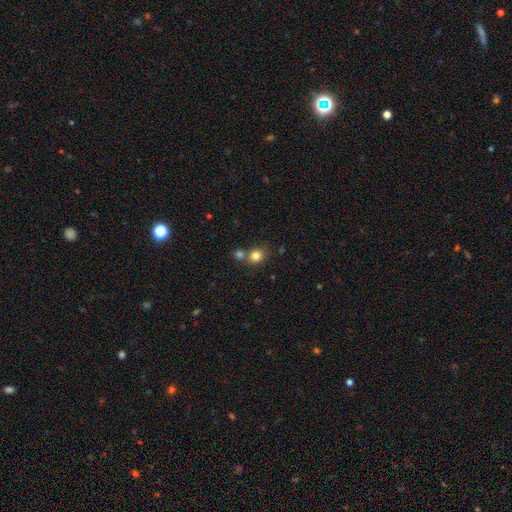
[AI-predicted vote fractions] This appears to be a smooth galaxy with no disk features (81%) that is round (77%). Merging: none (59%).